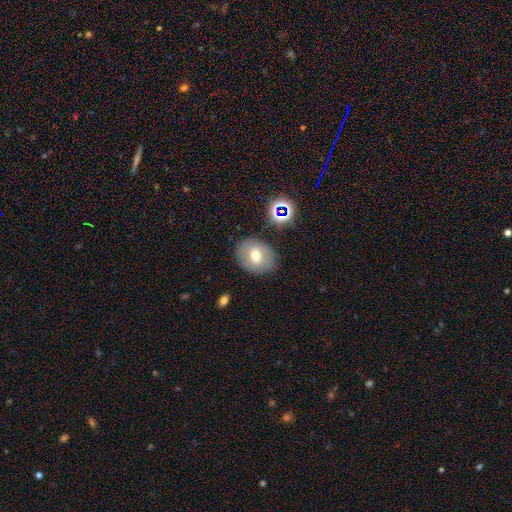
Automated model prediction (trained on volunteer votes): The model was most divided on "how rounded": in between: 51%, round: 48%, cigar-shaped: 1%. More confident: merging — none (81%); smooth or featured — smooth (55%).